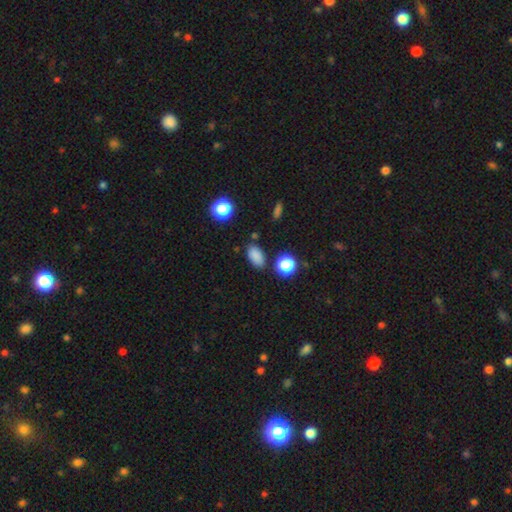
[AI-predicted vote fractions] Smooth or featured? smooth (83%)
How rounded? in between (88%)
Merging? none (81%)